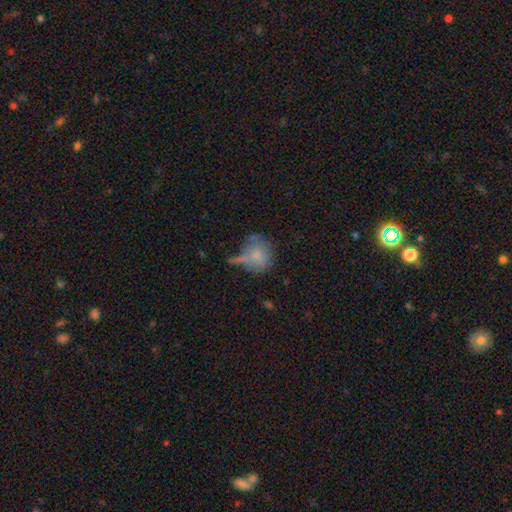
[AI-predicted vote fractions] A smooth galaxy with no disk features (70%) that is round (70%).

Vote fractions:
- Smooth or featured? smooth: 70% / featured or disk: 19% / star or artifact: 11%
- How rounded? round: 70% / in between: 28% / cigar-shaped: 2%
- Merging? none: 41% / minor disturbance: 24% / major disturbance: 19% / merger: 16%